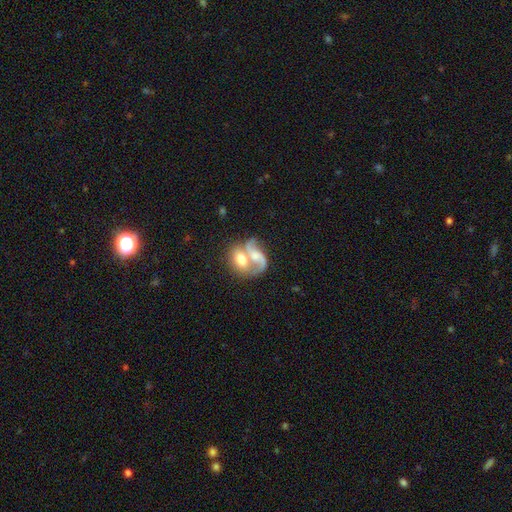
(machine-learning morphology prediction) Smooth or featured? featured or disk (63%)
Edge-on disk? no (96%)
Bar? no (58%)
Spiral arms? yes (78%)
Bulge size? moderate (45%)
Merging? merger (70%)